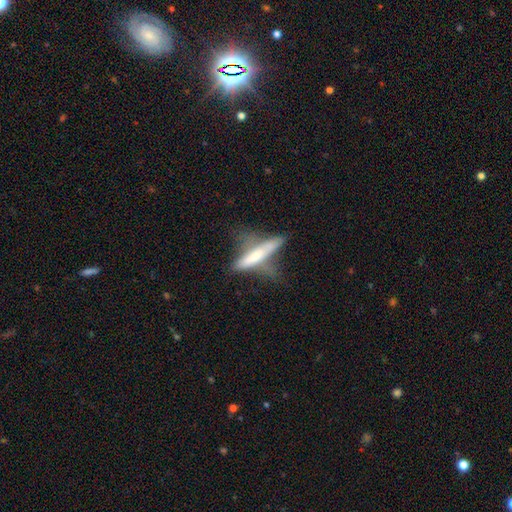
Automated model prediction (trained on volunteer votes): smooth 54%, featured or disk 39%, star or artifact 7%. Down the decision tree: how rounded — cigar-shaped (83%); merging — none (39%).